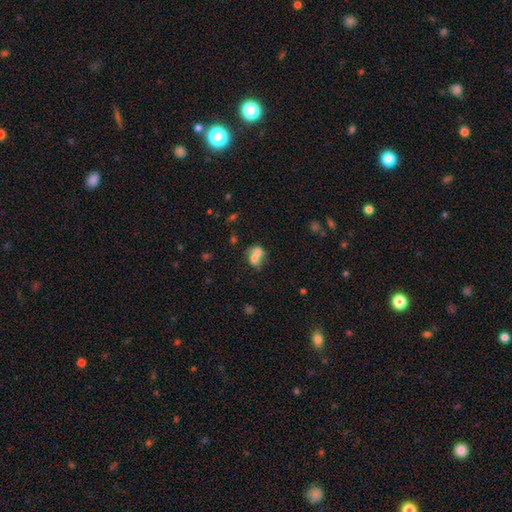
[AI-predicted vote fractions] Smooth or featured?
  - smooth: 66% *
  - featured or disk: 24%
  - star or artifact: 11%
How rounded?
  - in between: 57% *
  - round: 41%
  - cigar-shaped: 2%
Merging?
  - merger: 64% *
  - none: 22%
  - minor disturbance: 8%
  - major disturbance: 5%